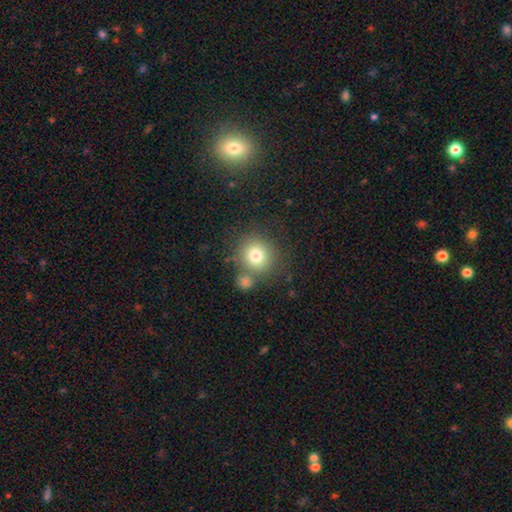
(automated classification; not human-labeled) Smooth or featured? Predicted: smooth (p=0.77). How rounded? Predicted: round (p=0.88). Merging? Predicted: none (p=0.68).